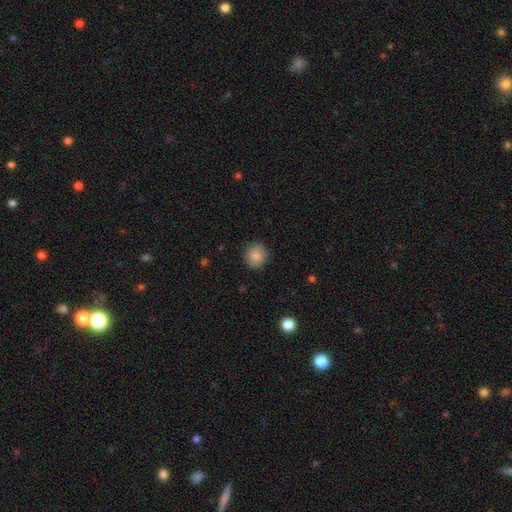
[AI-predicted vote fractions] This is clearly a smooth galaxy (86%). How rounded: clearly round (88%). Merging: clearly none (88%).